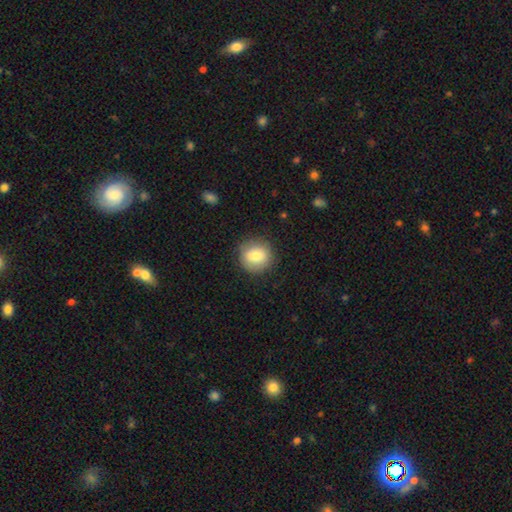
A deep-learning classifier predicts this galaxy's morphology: The model was most divided on "smooth or featured": smooth: 80%, featured or disk: 12%, star or artifact: 8%. More confident: how rounded — round (89%); merging — none (85%).